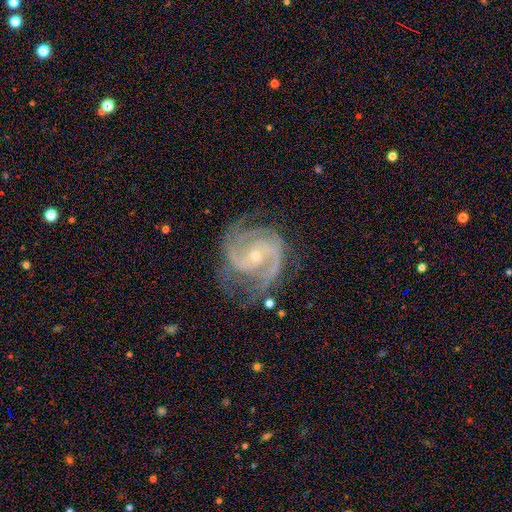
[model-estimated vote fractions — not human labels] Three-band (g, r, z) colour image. It shows a featured or disk galaxy (92%) with no bar (53%), 2 (51%) medium (48%) spiral arms (98%) and a small central bulge (69%). Merging: none (69%).